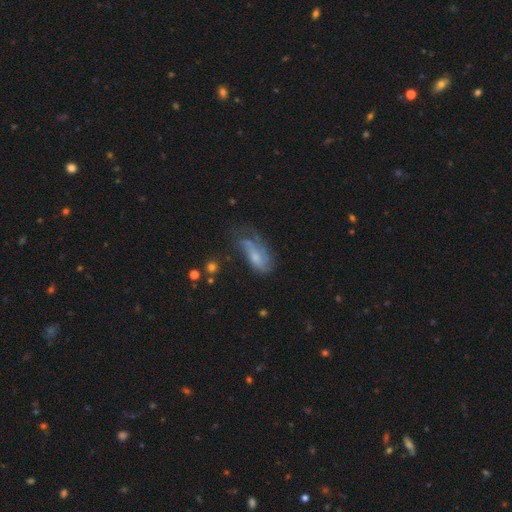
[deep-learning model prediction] featured or disk 53%, smooth 38%, star or artifact 9%. Down the decision tree: edge-on disk — no (88%); merging — none (36%).